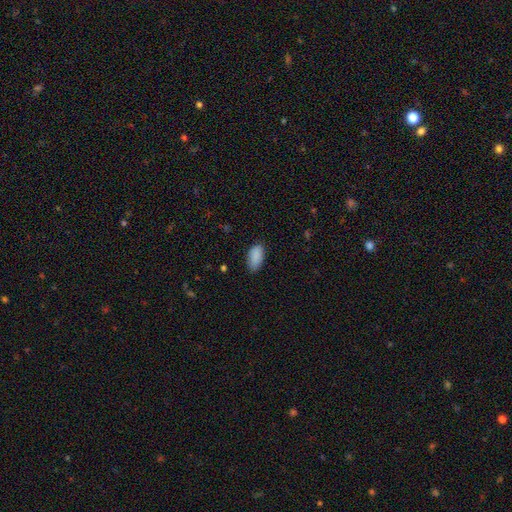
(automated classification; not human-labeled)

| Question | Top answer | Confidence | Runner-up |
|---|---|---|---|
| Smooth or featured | smooth | 89% | star or artifact (7%) |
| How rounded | in between | 93% | cigar-shaped (4%) |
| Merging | none | 79% | minor disturbance (17%) |